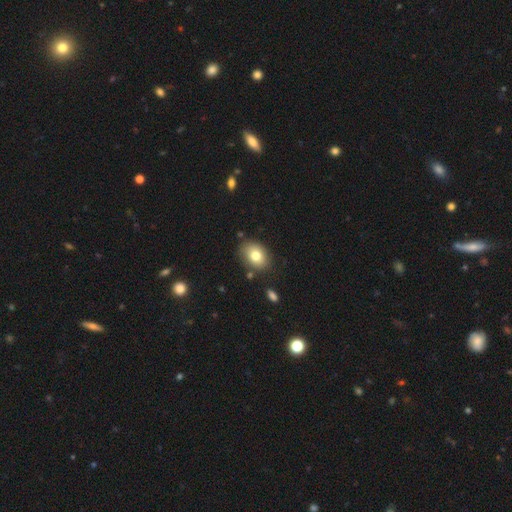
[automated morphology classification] Smooth or featured? smooth (77%)
How rounded? in between (67%)
Merging? none (79%)